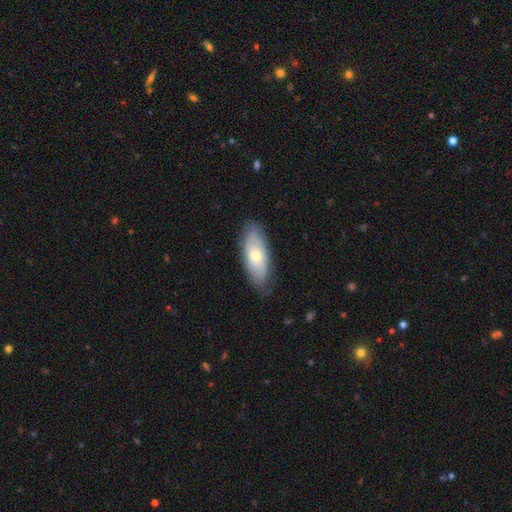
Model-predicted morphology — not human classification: Smooth or featured: smooth — 52% (featured or disk — 41%)
How rounded: in between — 80% (cigar-shaped — 17%)
Merging: none — 77% (minor disturbance — 18%)